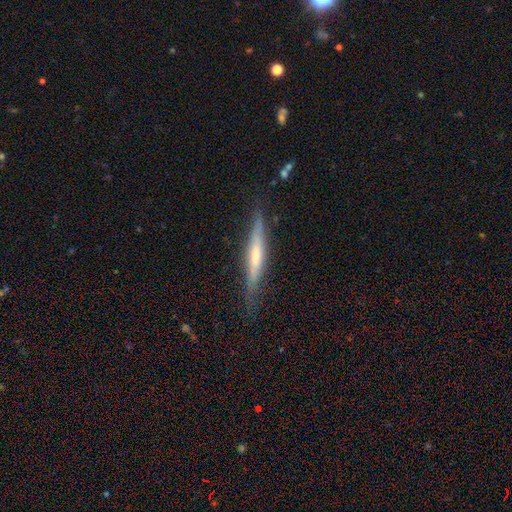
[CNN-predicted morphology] Smooth or featured: featured or disk — 56% (smooth — 38%)
Edge-on disk: yes — 93% (no — 7%)
Edge-on bulge: none — 42% (rounded — 41%)
Merging: none — 80% (minor disturbance — 15%)